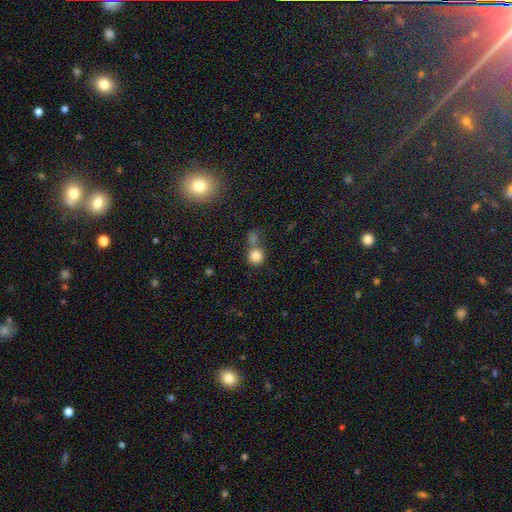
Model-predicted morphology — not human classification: type=smooth (82%); roundness=round (89%); merging=none (53%).